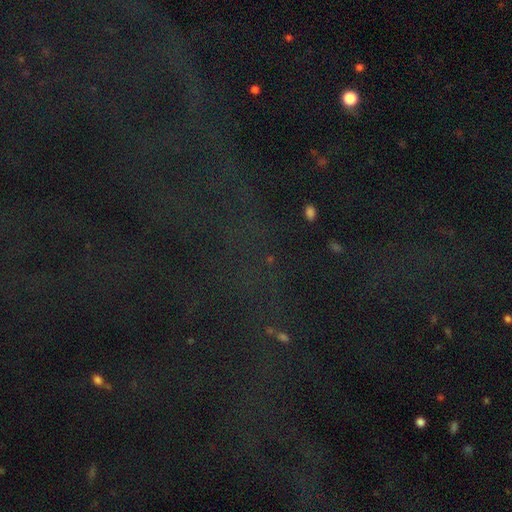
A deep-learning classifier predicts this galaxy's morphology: Smooth or featured: star or artifact — 78% (smooth — 11%)